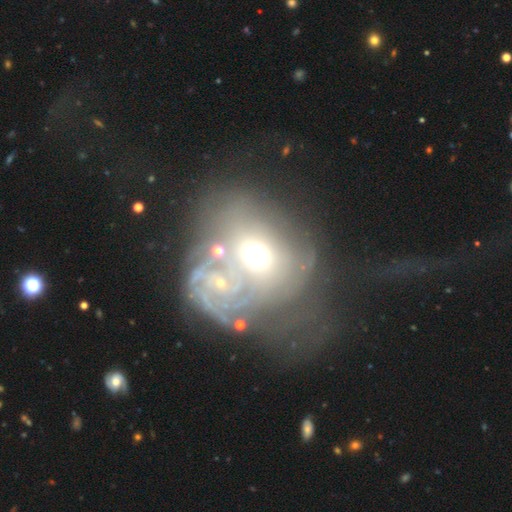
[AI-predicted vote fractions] Smooth or featured? Predicted: featured or disk (p=0.51). Edge-on disk? Predicted: no (p=0.95). Merging? Predicted: merger (p=0.35).